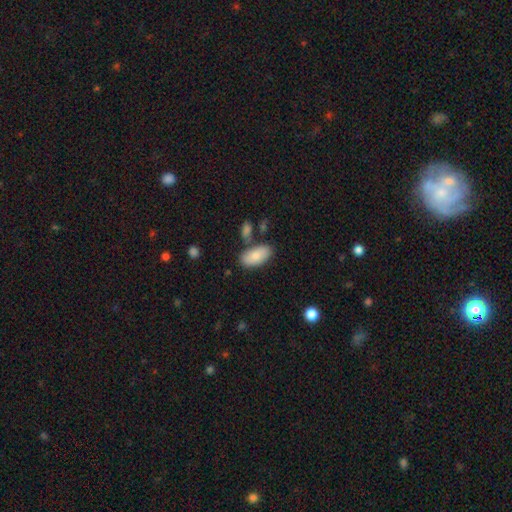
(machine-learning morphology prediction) A smooth galaxy with no disk features (82%) that is in between round and cigar-shaped (92%).

Vote fractions:
- Smooth or featured? smooth: 82% / featured or disk: 12% / star or artifact: 6%
- How rounded? in between: 92% / cigar-shaped: 5% / round: 3%
- Merging? none: 72% / minor disturbance: 14% / merger: 10% / major disturbance: 4%